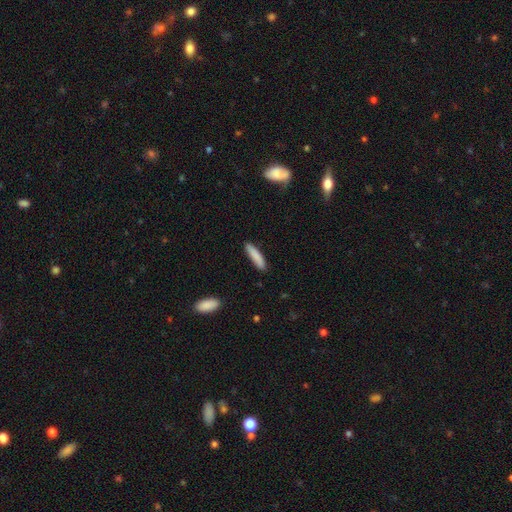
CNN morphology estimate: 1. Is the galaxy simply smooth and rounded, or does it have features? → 85% smooth, 9% featured or disk, 6% star or artifact.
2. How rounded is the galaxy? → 81% cigar-shaped, 18% in between, 1% round.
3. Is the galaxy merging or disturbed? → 86% none, 11% minor disturbance, 2% major disturbance, 1% merger.